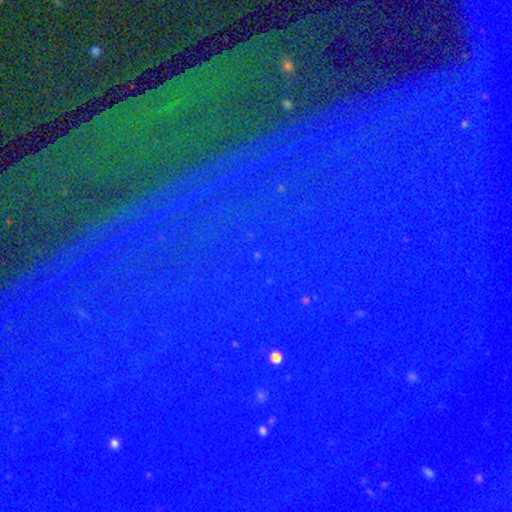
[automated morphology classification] The model was most divided on "smooth or featured": star or artifact: 87%, featured or disk: 7%, smooth: 6%.